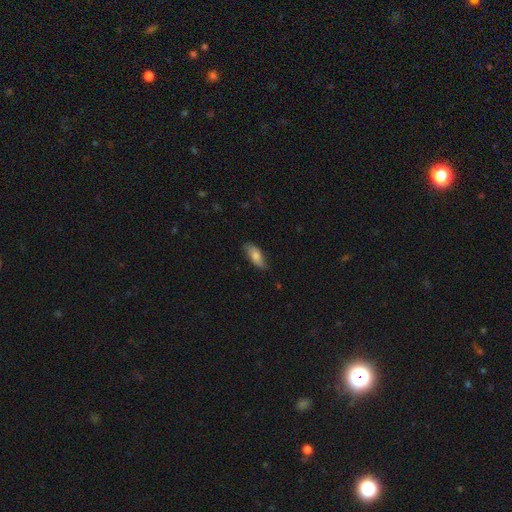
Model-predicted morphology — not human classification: This is likely a smooth galaxy (70%). How rounded: likely in between (75%). Merging: likely none (77%).